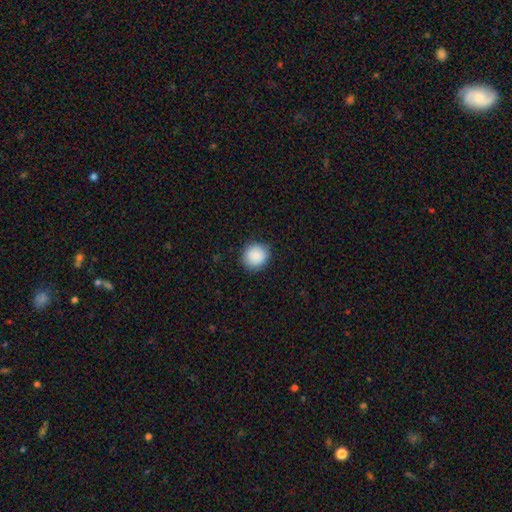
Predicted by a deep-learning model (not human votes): This is clearly a smooth galaxy (89%). How rounded: clearly round (84%). Merging: clearly none (88%).